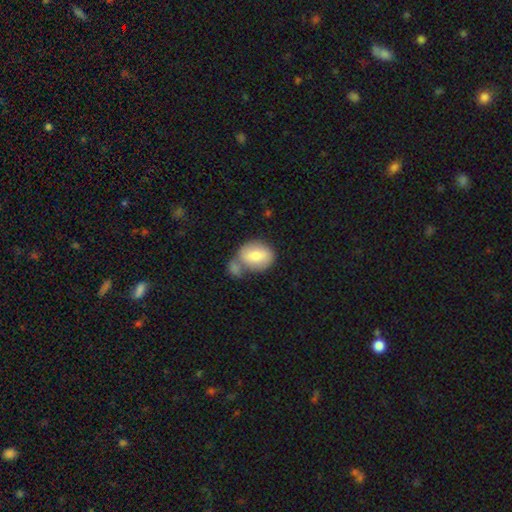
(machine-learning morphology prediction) Overall: smooth (74%). How rounded: in between (50%; round 49%). Merging: merger (45%; none 34%).